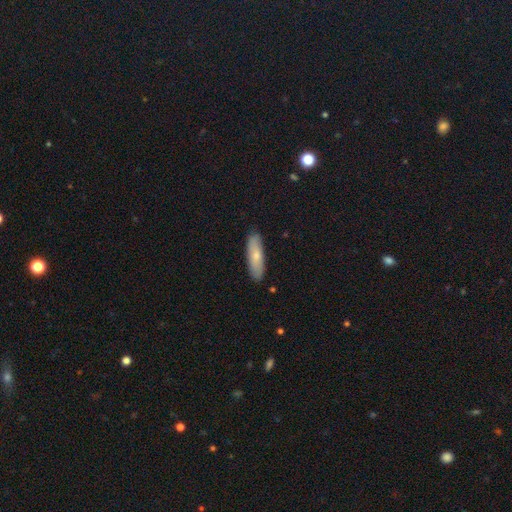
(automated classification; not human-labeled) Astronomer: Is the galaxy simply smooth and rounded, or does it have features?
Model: smooth — 73%.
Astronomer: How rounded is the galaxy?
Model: cigar-shaped — 61% (runner-up: in between, 37%).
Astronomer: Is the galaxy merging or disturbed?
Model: none — 87%.